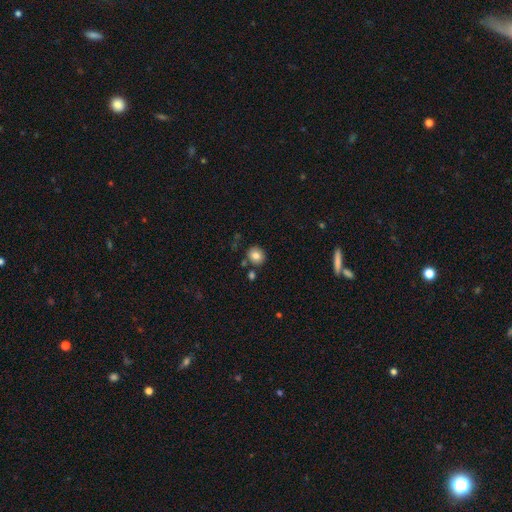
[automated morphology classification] type=smooth (82%); roundness=round (80%); merging=none (81%).